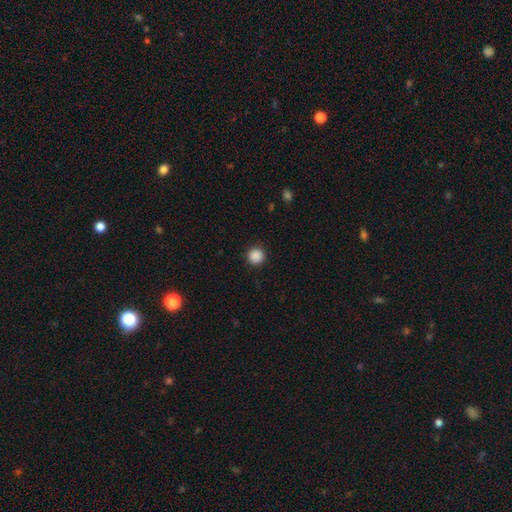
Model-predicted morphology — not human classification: A smooth galaxy with no disk features (89%) that is round (95%).

Vote fractions:
- Smooth or featured? smooth: 89% / star or artifact: 9% / featured or disk: 2%
- How rounded? round: 95% / in between: 4% / cigar-shaped: 1%
- Merging? none: 91% / minor disturbance: 6% / major disturbance: 2% / merger: 1%